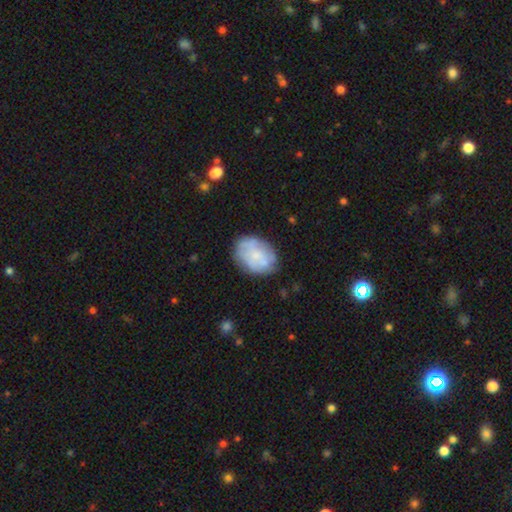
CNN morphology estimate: The model was most divided on "smooth or featured": smooth: 51%, featured or disk: 41%, star or artifact: 7%. More confident: how rounded — in between (69%); merging — none (66%).